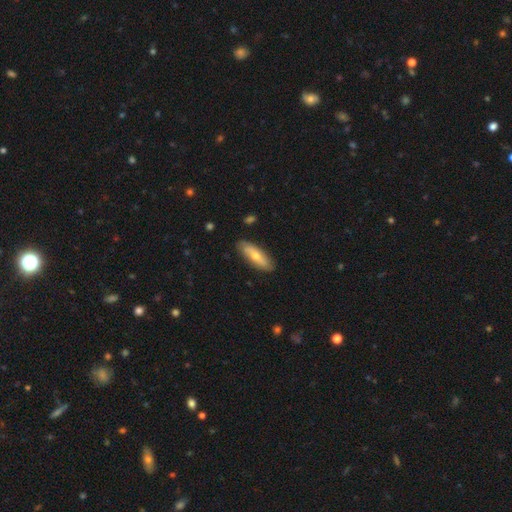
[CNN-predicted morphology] This is likely a smooth galaxy (61%). How rounded: possibly in between (54%). Merging: clearly none (85%).